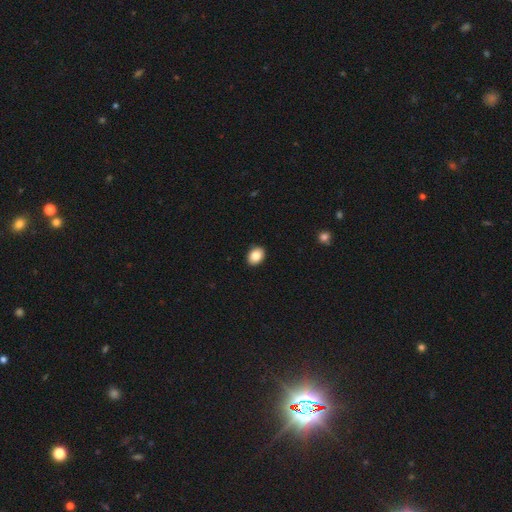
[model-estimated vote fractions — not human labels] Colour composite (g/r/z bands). It shows a smooth galaxy with no disk features (85%) that is in between round and cigar-shaped (63%). Merging: none (91%).